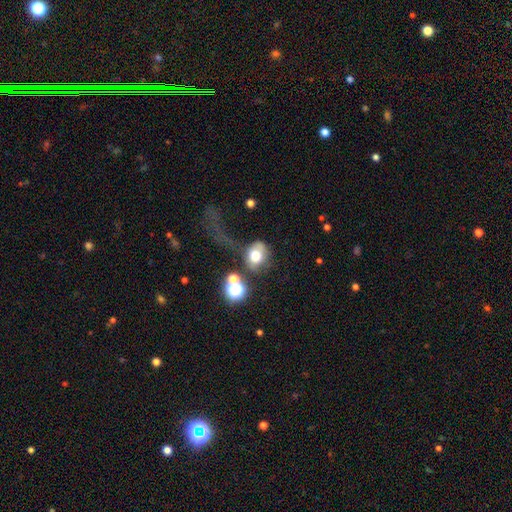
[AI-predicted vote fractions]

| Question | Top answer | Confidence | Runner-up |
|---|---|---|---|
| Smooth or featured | smooth | 65% | featured or disk (20%) |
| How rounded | round | 61% | in between (38%) |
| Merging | major disturbance | 40% | none (30%) |